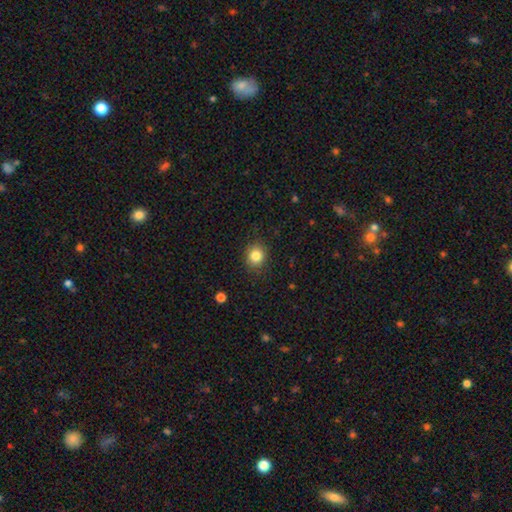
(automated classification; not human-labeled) A smooth galaxy with no disk features (84%) that is round (77%). Merging: none (87%).